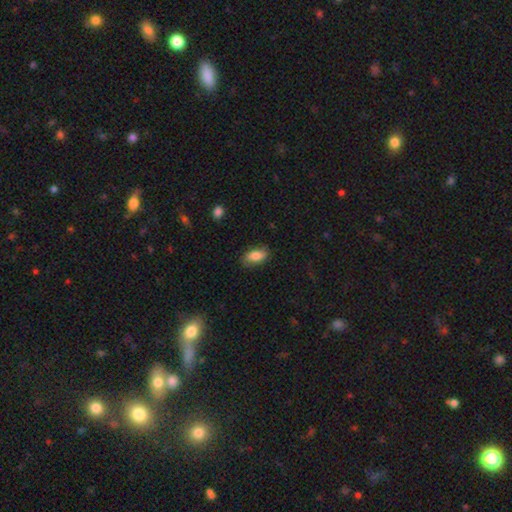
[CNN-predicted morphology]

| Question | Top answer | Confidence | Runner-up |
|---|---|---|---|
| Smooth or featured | smooth | 77% | featured or disk (16%) |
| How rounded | in between | 89% | cigar-shaped (6%) |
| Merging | none | 80% | minor disturbance (15%) |